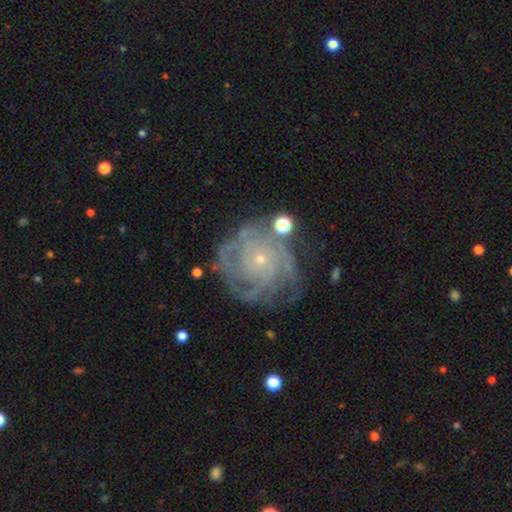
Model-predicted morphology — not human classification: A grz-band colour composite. It shows a featured or disk galaxy (81%) with no bar (82%), tight (75%) spiral arms (94%) and a small central bulge (86%). Merging: none (69%).